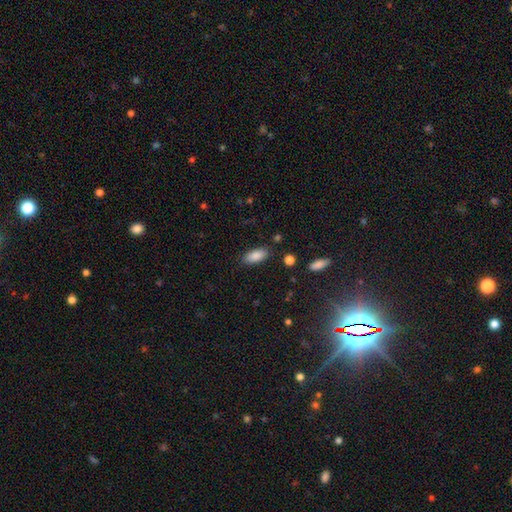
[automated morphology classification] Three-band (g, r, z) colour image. It shows a smooth galaxy with no disk features (87%) that is in between round and cigar-shaped (86%). Merging: none (84%).